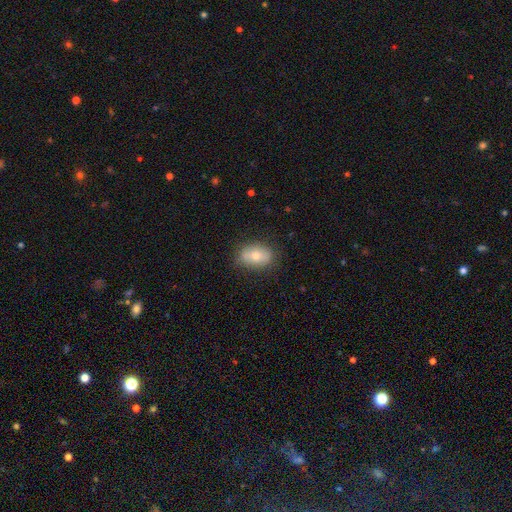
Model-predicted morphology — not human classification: Smooth or featured?
  - smooth: 69% *
  - featured or disk: 23%
  - star or artifact: 8%
How rounded?
  - in between: 83% *
  - round: 15%
  - cigar-shaped: 2%
Merging?
  - none: 77% *
  - minor disturbance: 17%
  - major disturbance: 4%
  - merger: 3%